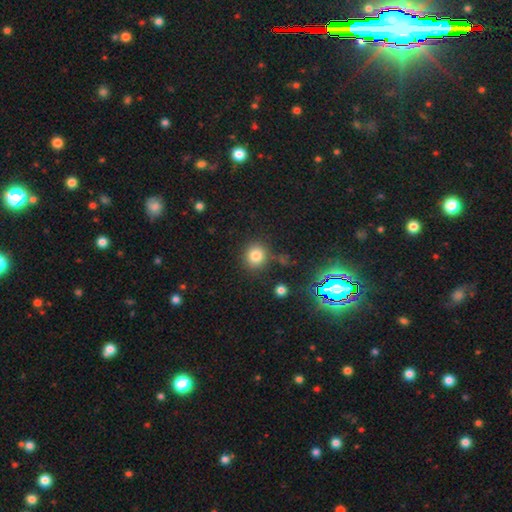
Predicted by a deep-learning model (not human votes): Smooth or featured: smooth — 79% (star or artifact — 15%)
How rounded: round — 87% (in between — 12%)
Merging: none — 83% (minor disturbance — 9%)